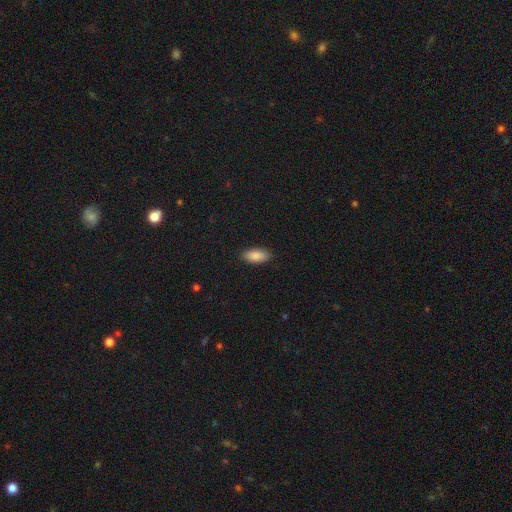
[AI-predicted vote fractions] Smooth or featured? Predicted: smooth (p=0.88). How rounded? Predicted: in between (p=0.87). Merging? Predicted: none (p=0.89).